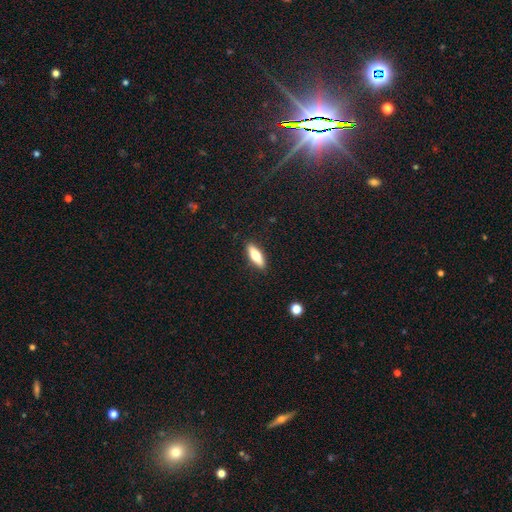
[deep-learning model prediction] smooth_or_featured: smooth (p=0.64) [alt: featured or disk p=0.30]
how_rounded: in between (p=0.52) [alt: cigar-shaped p=0.46]
merging: none (p=0.89) [alt: minor disturbance p=0.08]